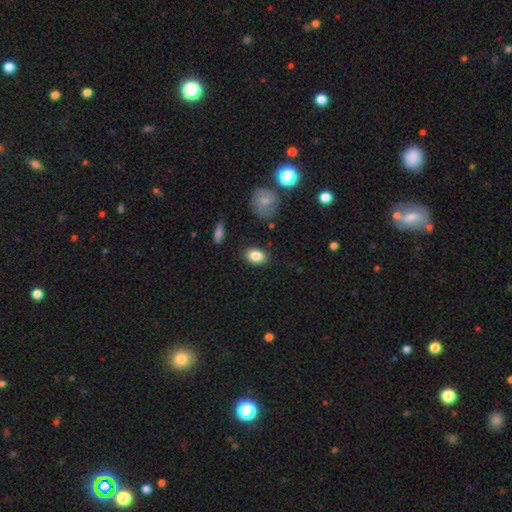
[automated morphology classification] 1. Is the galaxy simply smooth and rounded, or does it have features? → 84% smooth, 8% featured or disk, 8% star or artifact.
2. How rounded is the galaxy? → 84% in between, 14% round, 2% cigar-shaped.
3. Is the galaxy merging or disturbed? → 85% none, 10% minor disturbance, 3% major disturbance, 2% merger.